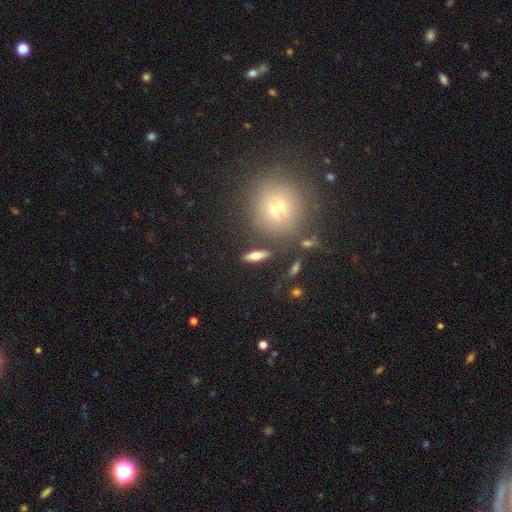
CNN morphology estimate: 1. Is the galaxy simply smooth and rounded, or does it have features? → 53% smooth, 37% featured or disk, 10% star or artifact.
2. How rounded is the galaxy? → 49% cigar-shaped, 44% in between, 6% round.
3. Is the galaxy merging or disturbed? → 82% none, 10% minor disturbance, 4% merger, 3% major disturbance.